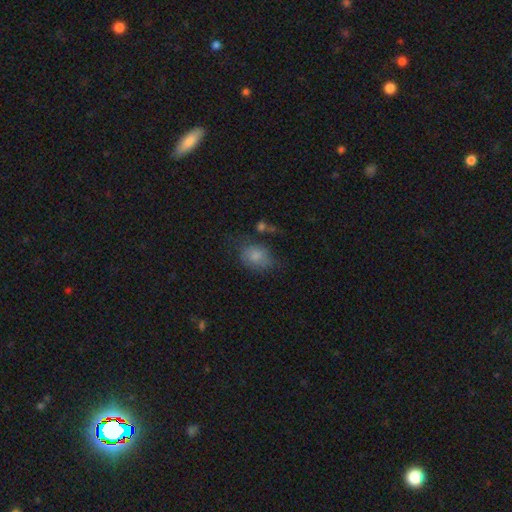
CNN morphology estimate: Smooth or featured? Predicted: smooth (p=0.80). How rounded? Predicted: in between (p=0.67). Merging? Predicted: none (p=0.53).